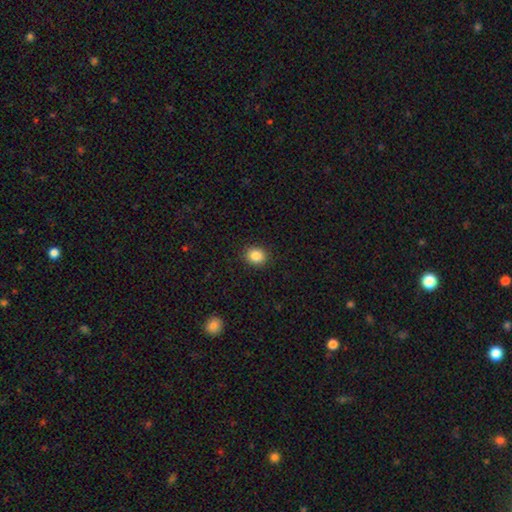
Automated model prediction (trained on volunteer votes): smooth 85%, star or artifact 10%, featured or disk 5%. Down the decision tree: how rounded — round (71%); merging — none (91%).